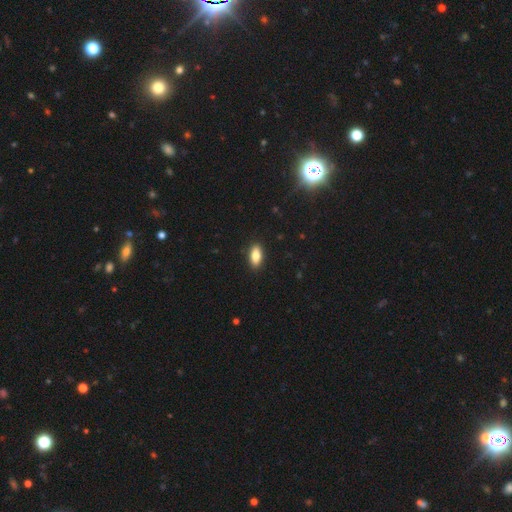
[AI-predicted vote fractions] The model was most divided on "smooth or featured": smooth: 83%, featured or disk: 10%, star or artifact: 8%. More confident: merging — none (89%); how rounded — in between (86%).